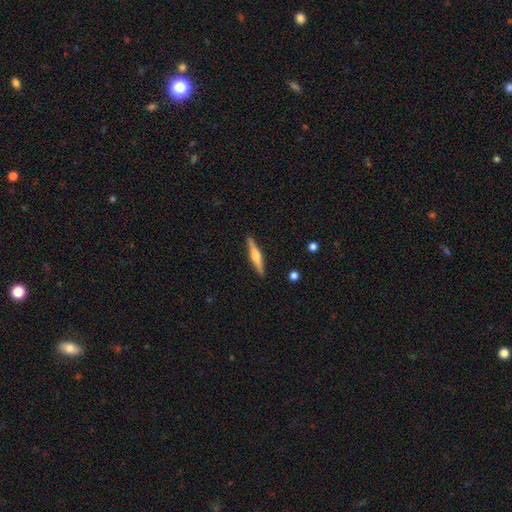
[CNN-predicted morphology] Smooth or featured? featured or disk (59%)
Edge-on disk? yes (97%)
Edge-on bulge? rounded (87%)
Merging? none (91%)